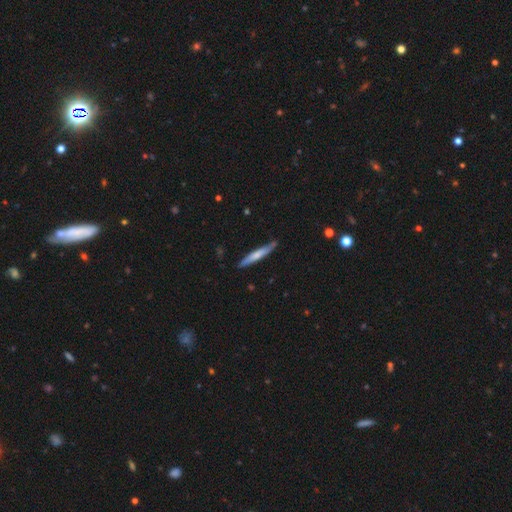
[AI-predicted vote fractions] A smooth galaxy with no disk features (53%) that is cigar-shaped (95%).

Vote fractions:
- Smooth or featured? smooth: 53% / featured or disk: 41% / star or artifact: 6%
- How rounded? cigar-shaped: 95% / in between: 4% / round: 1%
- Merging? none: 83% / minor disturbance: 13% / major disturbance: 2% / merger: 2%